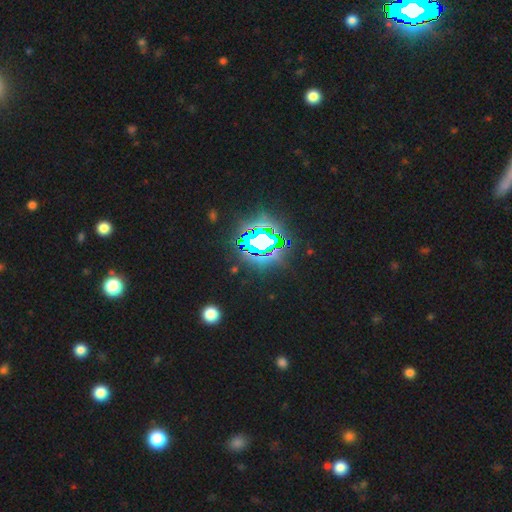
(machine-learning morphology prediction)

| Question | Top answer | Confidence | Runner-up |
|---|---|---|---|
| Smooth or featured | star or artifact | 83% | smooth (11%) |